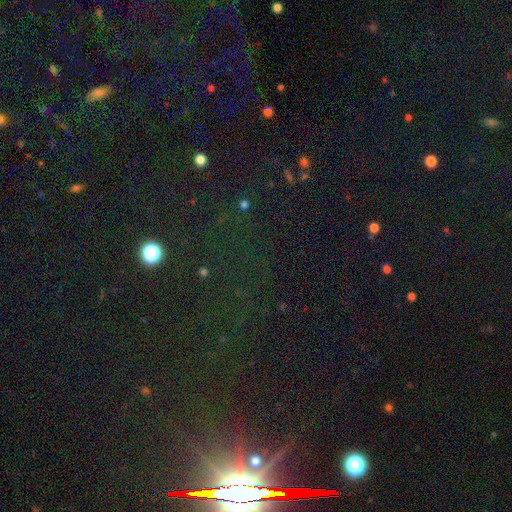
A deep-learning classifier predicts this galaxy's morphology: smooth_or_featured: star or artifact (p=0.79) [alt: smooth p=0.13]